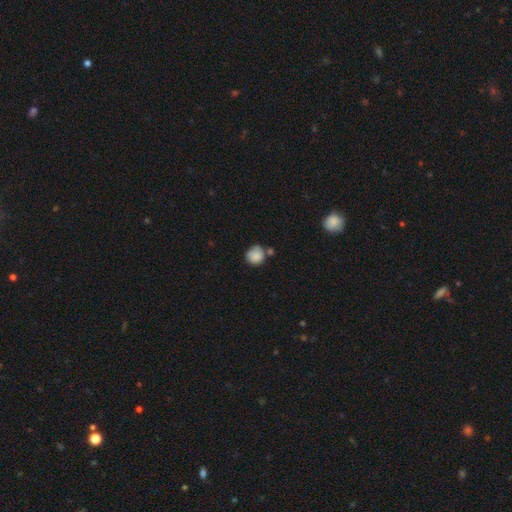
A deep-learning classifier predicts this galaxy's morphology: Smooth or featured?
  - smooth: 79% *
  - featured or disk: 13%
  - star or artifact: 8%
How rounded?
  - round: 85% *
  - in between: 14%
  - cigar-shaped: 1%
Merging?
  - none: 54% *
  - minor disturbance: 25%
  - merger: 14%
  - major disturbance: 7%